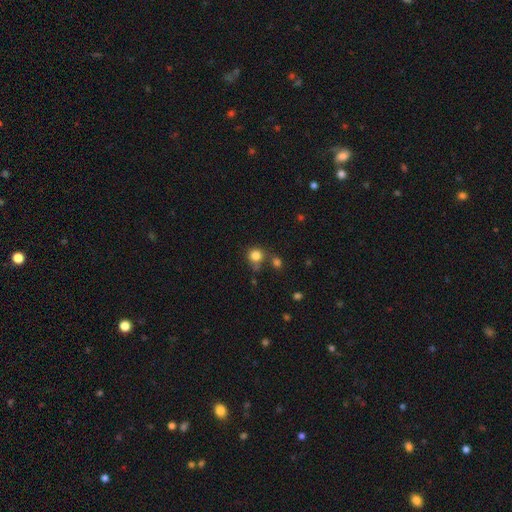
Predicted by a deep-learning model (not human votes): Smooth or featured: smooth — 82% (star or artifact — 11%)
How rounded: round — 85% (in between — 14%)
Merging: none — 56% (merger — 19%)